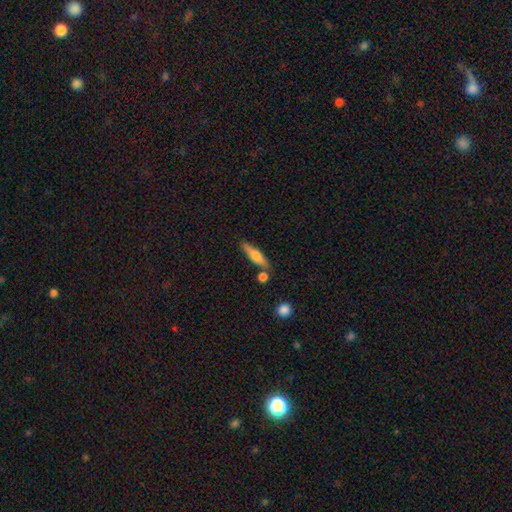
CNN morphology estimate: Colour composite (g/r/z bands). It shows a smooth galaxy with no disk features (63%) that is cigar-shaped (74%). Merging: none (74%).